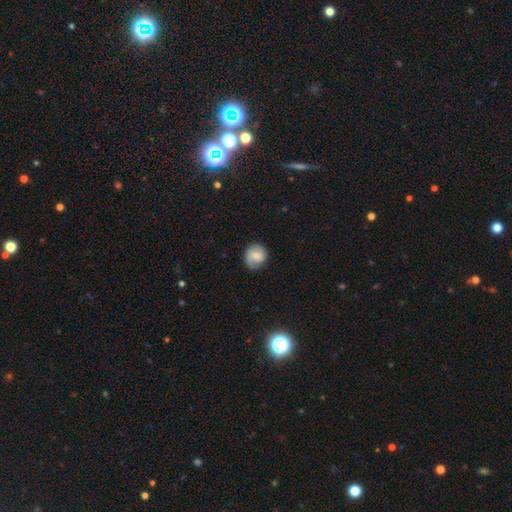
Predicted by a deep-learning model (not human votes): A smooth galaxy with no disk features (64%) that is round (85%). Merging: none (75%).